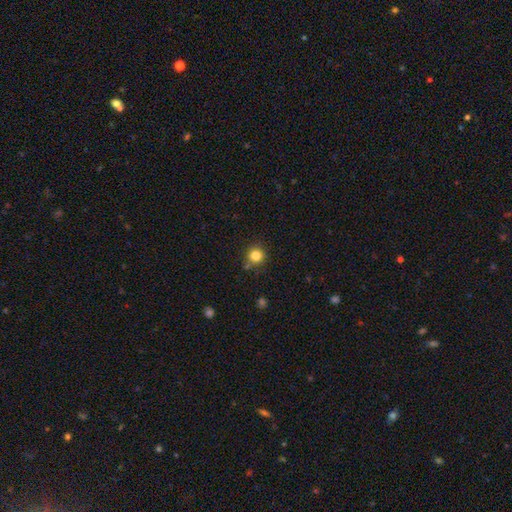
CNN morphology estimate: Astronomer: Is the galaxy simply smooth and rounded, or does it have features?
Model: smooth — 83%.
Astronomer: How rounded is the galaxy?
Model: round — 92%.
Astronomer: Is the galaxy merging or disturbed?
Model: none — 80%.